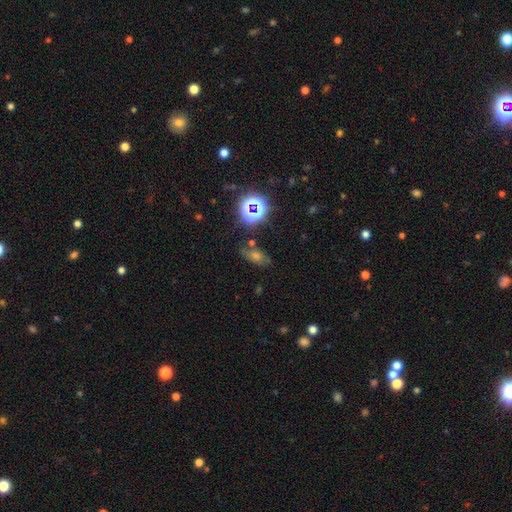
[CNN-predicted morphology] smooth_or_featured: star or artifact (p=0.43) [alt: smooth p=0.31]